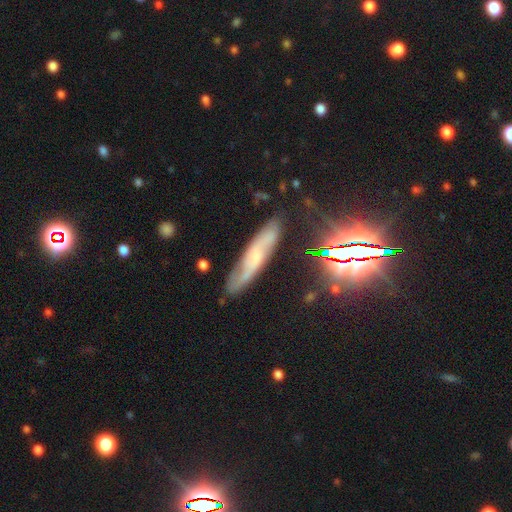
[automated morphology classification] featured or disk 56%, smooth 28%, star or artifact 16%. Down the decision tree: edge-on disk — no (60%); merging — none (75%).